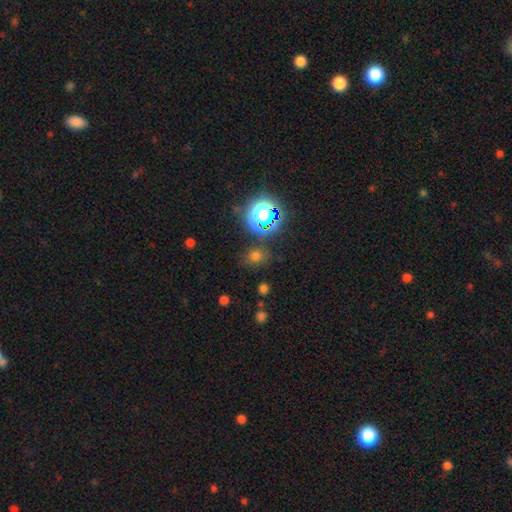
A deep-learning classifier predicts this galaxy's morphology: Q: Smooth or featured?
A: smooth (62%); runner-up: star or artifact (31%)
Q: How rounded?
A: round (68%); runner-up: in between (30%)
Q: Merging?
A: none (79%); runner-up: minor disturbance (12%)